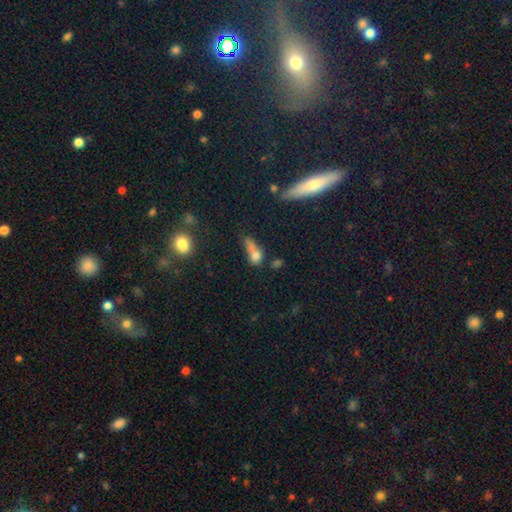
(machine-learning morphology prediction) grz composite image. It shows a smooth galaxy with no disk features (66%) that is in between round and cigar-shaped (50%). Merging: merger (34%).